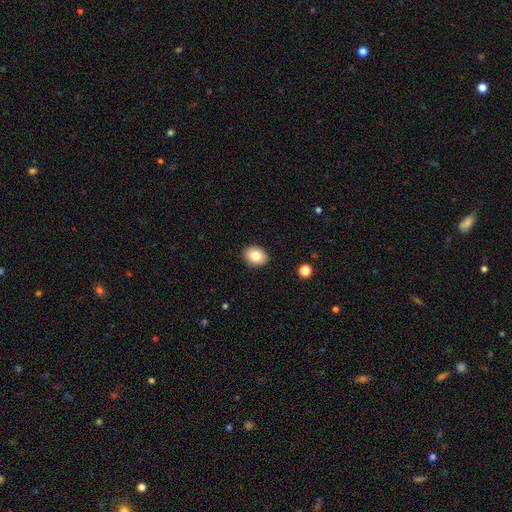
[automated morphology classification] Smooth or featured: smooth — 82% (featured or disk — 9%)
How rounded: in between — 60% (round — 39%)
Merging: none — 90% (minor disturbance — 8%)